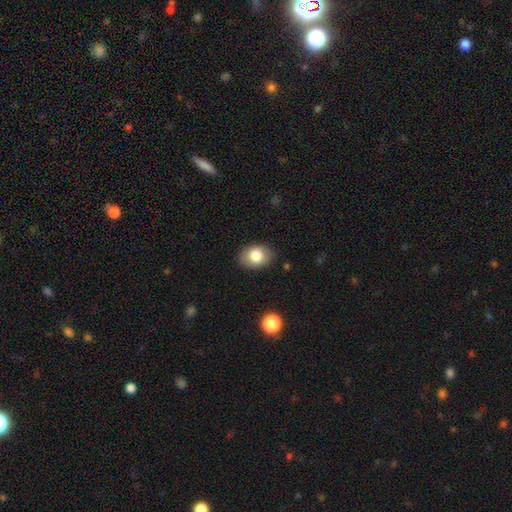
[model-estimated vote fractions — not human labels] Overall: smooth (80%). How rounded: in between (74%). Merging: none (86%).